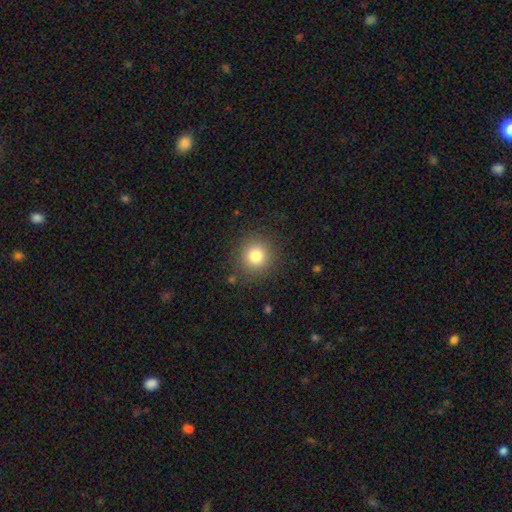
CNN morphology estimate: A smooth galaxy with no disk features (80%) that is round (93%). Merging: none (87%).